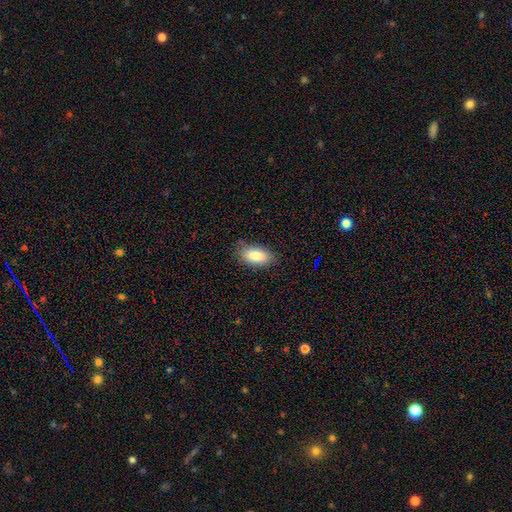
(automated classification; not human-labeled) Morphology: type=smooth (84%); roundness=in between (91%); merging=none (76%).